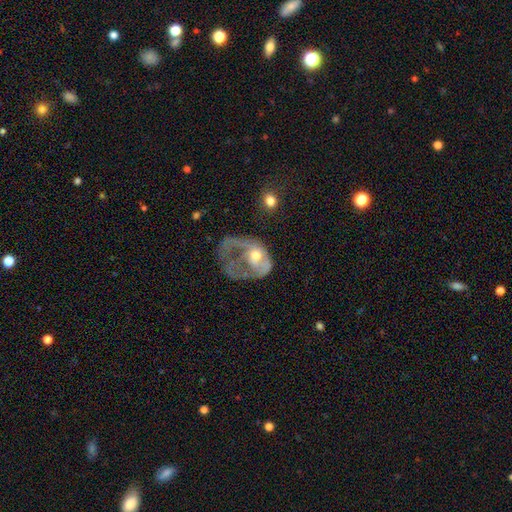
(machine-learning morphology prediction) Smooth or featured?
  - featured or disk: 60% *
  - smooth: 32%
  - star or artifact: 8%
Edge-on disk?
  - no: 97% *
  - yes: 3%
Bar?
  - no: 83% *
  - weak: 14%
  - strong: 3%
Spiral arms?
  - no: 66% *
  - yes: 34%
Bulge size?
  - moderate: 62% *
  - small: 23%
  - large: 9%
  - none: 4%
  - dominant: 2%
Merging?
  - major disturbance: 68% *
  - none: 13%
  - minor disturbance: 12%
  - merger: 7%